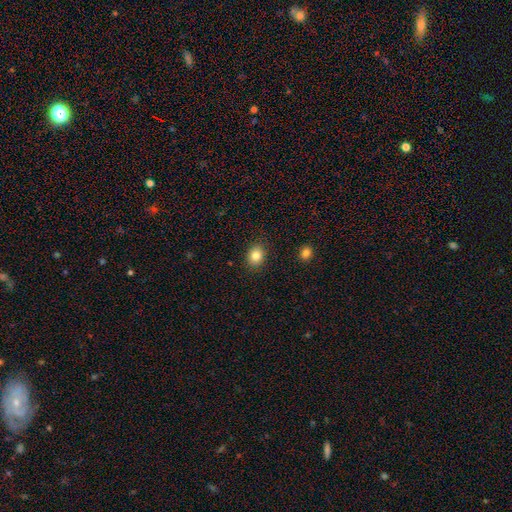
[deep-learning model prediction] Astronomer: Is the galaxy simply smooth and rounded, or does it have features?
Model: smooth — 84%.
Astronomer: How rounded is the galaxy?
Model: round — 51% (runner-up: in between, 48%).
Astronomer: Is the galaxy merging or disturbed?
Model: none — 88%.